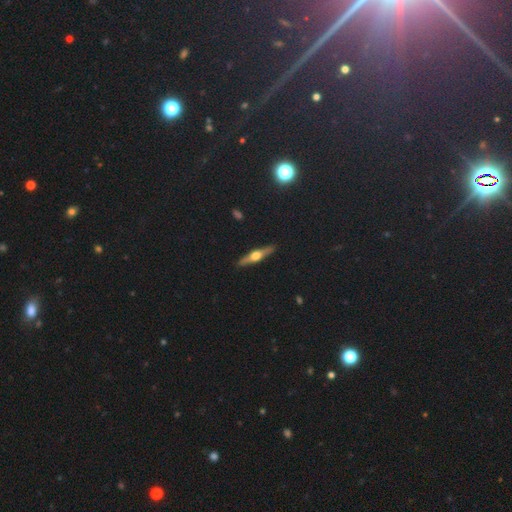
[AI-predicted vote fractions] This appears to be a featured or disk galaxy (65%) viewed edge-on (96%) with a rounded central bulge (94%). Merging: none (91%).